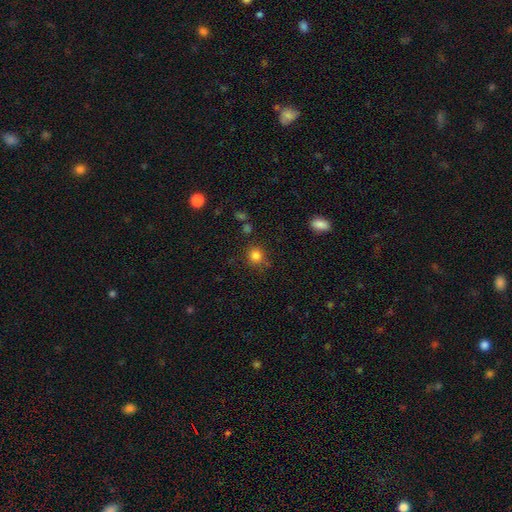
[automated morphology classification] type=smooth (82%); roundness=round (87%); merging=none (82%).